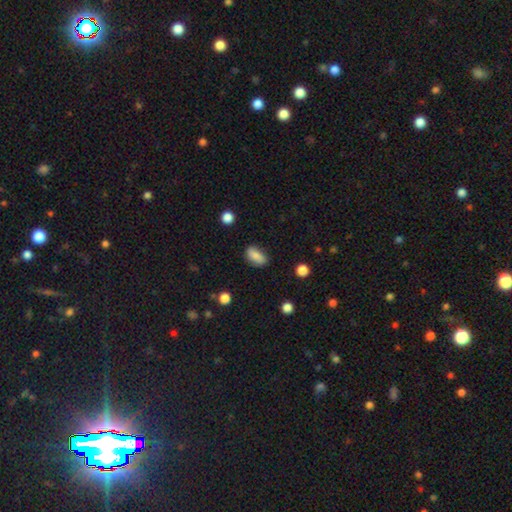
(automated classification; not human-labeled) A smooth galaxy with no disk features (85%) that is in between round and cigar-shaped (87%). Merging: none (79%).